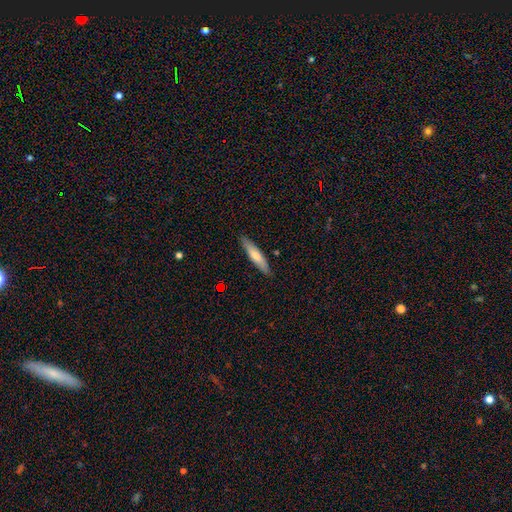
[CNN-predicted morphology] Smooth or featured?
  - smooth: 68% *
  - featured or disk: 26%
  - star or artifact: 6%
How rounded?
  - cigar-shaped: 82% *
  - in between: 17%
  - round: 1%
Merging?
  - none: 88% *
  - minor disturbance: 9%
  - major disturbance: 2%
  - merger: 1%